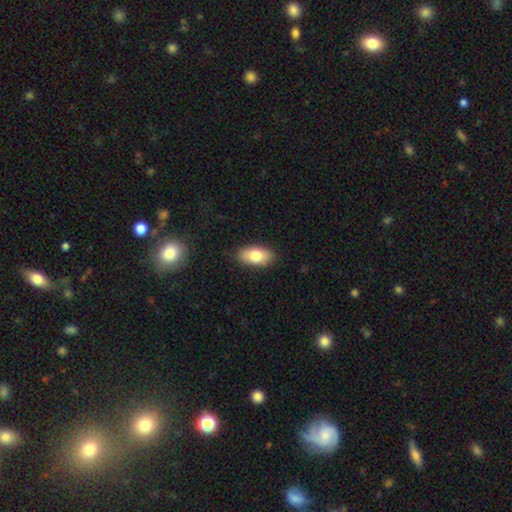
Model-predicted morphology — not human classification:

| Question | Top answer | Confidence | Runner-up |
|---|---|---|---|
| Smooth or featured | smooth | 79% | featured or disk (14%) |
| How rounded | in between | 91% | cigar-shaped (5%) |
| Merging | none | 87% | minor disturbance (10%) |